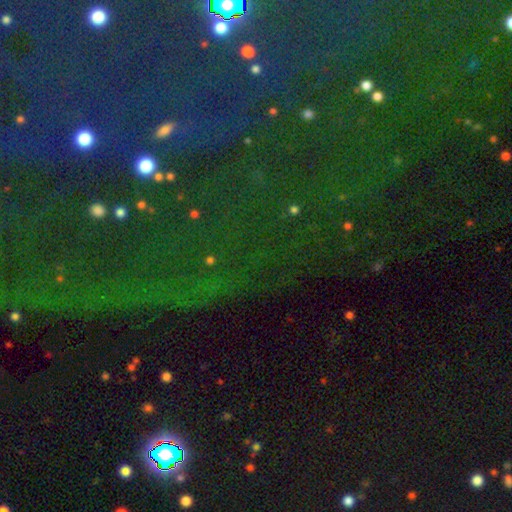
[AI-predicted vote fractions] smooth_or_featured: star or artifact (p=0.79) [alt: smooth p=0.11]